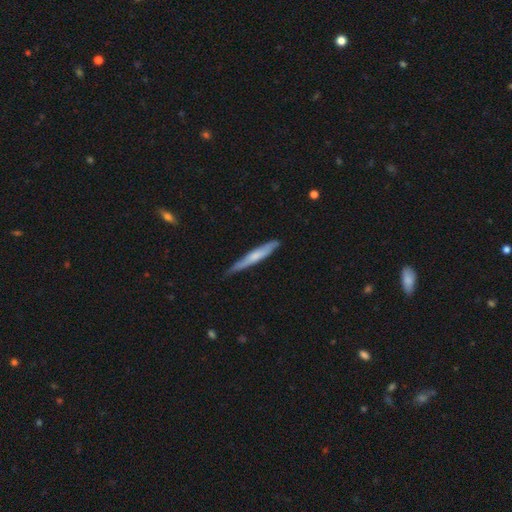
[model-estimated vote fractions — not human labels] This is possibly a smooth galaxy (55%). How rounded: clearly cigar-shaped (95%). Merging: likely none (72%).